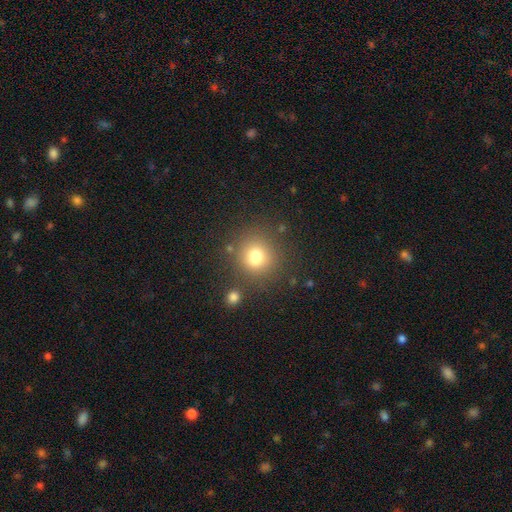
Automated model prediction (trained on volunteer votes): smooth_or_featured: smooth (p=0.76) [alt: star or artifact p=0.14]
how_rounded: round (p=0.83) [alt: in between p=0.16]
merging: none (p=0.73) [alt: minor disturbance p=0.11]